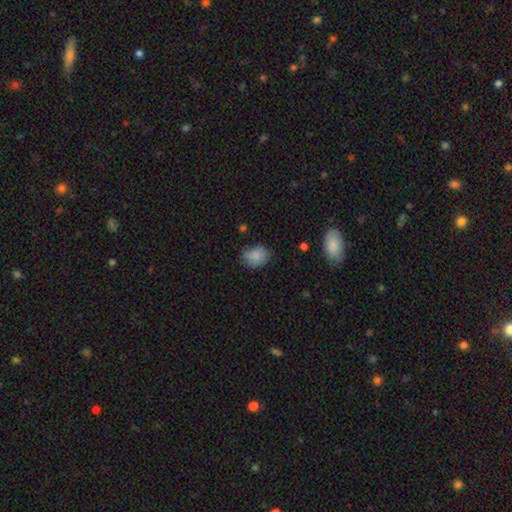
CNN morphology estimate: smooth-or-featured: smooth: 82% | star or artifact: 9% | featured or disk: 9%
  how-rounded: in between: 60% | round: 39% | cigar-shaped: 1%
  merging: none: 60% | minor disturbance: 31% | major disturbance: 7% | merger: 2%